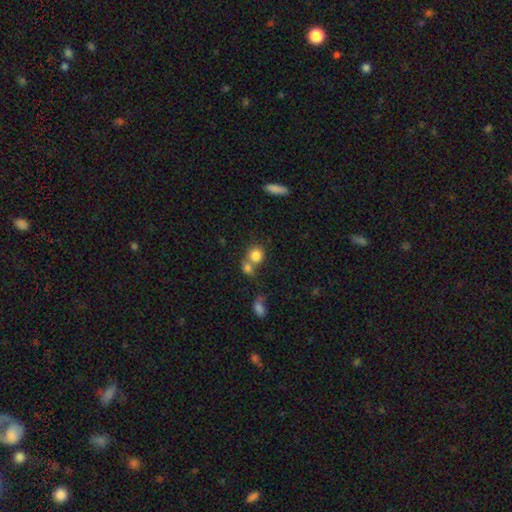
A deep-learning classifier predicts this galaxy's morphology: Smooth or featured? smooth (81%)
How rounded? round (80%)
Merging? merger (45%)